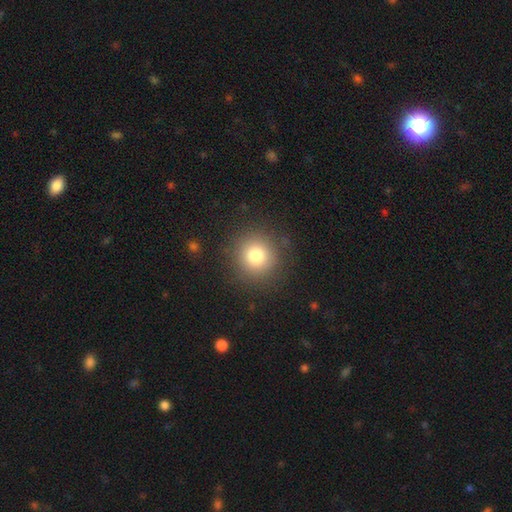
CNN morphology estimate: Smooth or featured? Predicted: smooth (p=0.80). How rounded? Predicted: round (p=0.93). Merging? Predicted: none (p=0.88).